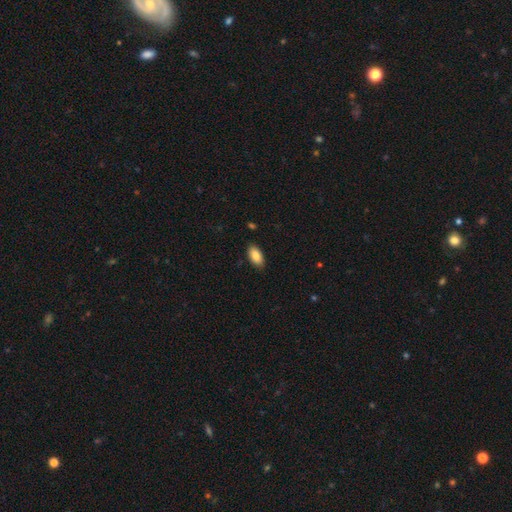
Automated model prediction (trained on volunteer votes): This appears to be a smooth galaxy with no disk features (87%) that is in between round and cigar-shaped (93%). Merging: none (87%).